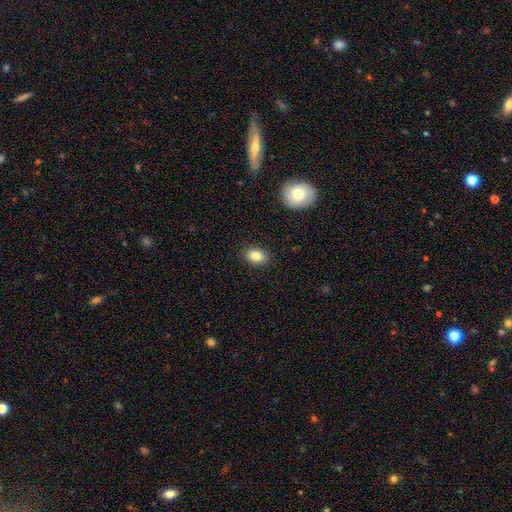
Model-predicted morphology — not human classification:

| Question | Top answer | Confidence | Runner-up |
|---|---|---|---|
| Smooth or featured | smooth | 83% | star or artifact (9%) |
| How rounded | in between | 69% | round (30%) |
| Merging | none | 88% | minor disturbance (8%) |